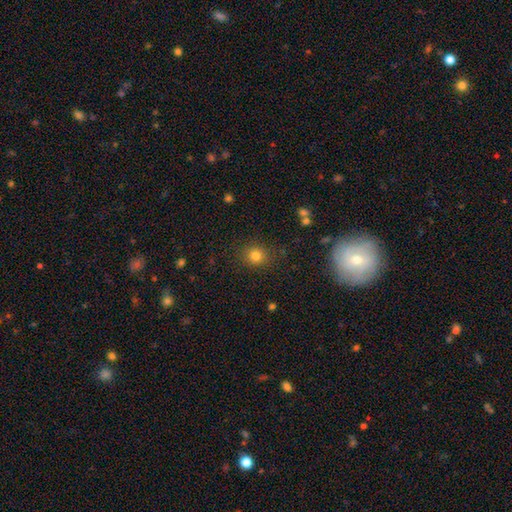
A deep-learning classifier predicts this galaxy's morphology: Overall: smooth (81%). How rounded: round (85%). Merging: none (86%).